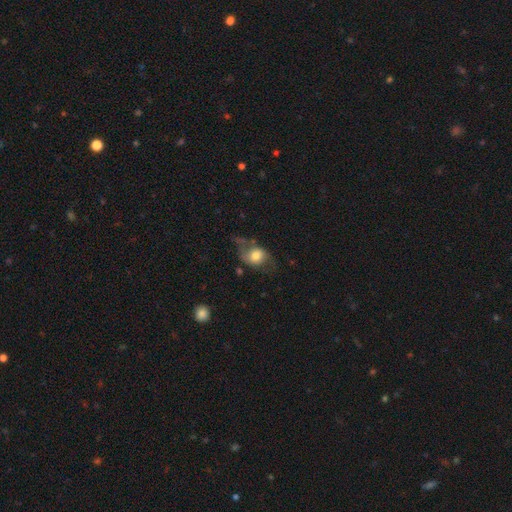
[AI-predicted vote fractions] smooth 56%, featured or disk 36%, star or artifact 8%. Down the decision tree: how rounded — in between (56%); merging — none (41%).